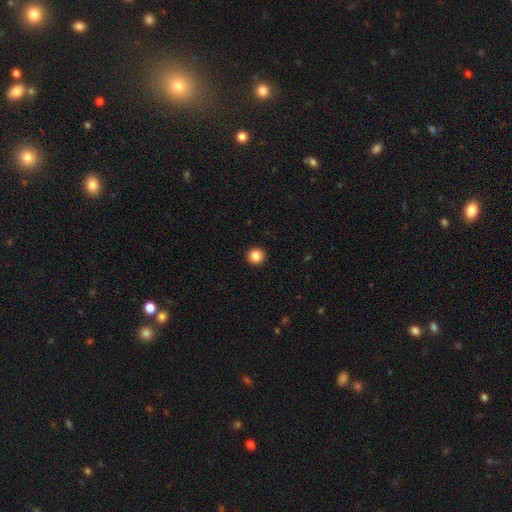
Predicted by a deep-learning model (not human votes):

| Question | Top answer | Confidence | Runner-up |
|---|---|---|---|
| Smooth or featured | smooth | 86% | star or artifact (10%) |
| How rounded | round | 96% | in between (3%) |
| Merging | none | 94% | minor disturbance (4%) |